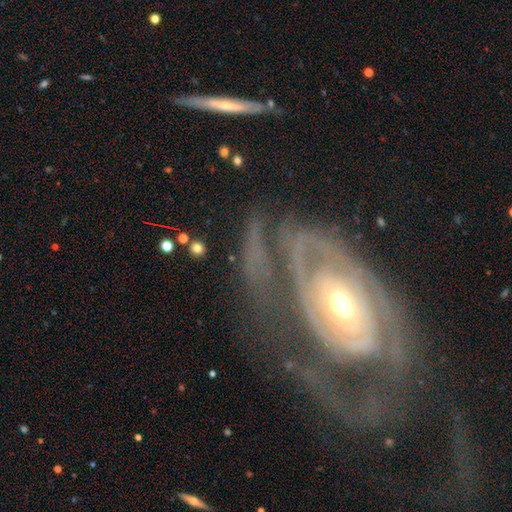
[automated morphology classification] Smooth or featured: featured or disk — 83% (smooth — 10%)
Edge-on disk: no — 93% (yes — 7%)
Bar: no — 60% (weak — 26%)
Spiral arms: yes — 82% (no — 18%)
Spiral winding: tight — 67% (medium — 23%)
Spiral arm count: can't tell — 39% (2 — 29%)
Bulge size: moderate — 56% (small — 36%)
Merging: none — 46% (major disturbance — 29%)